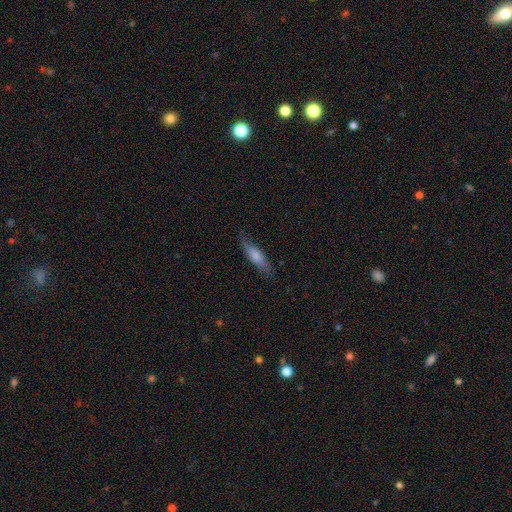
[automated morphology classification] Smooth or featured? smooth (68%)
How rounded? cigar-shaped (61%)
Merging? none (76%)